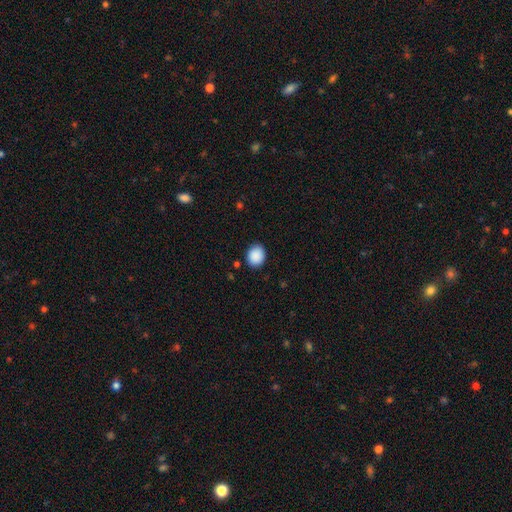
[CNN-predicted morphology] smooth 90%, star or artifact 7%, featured or disk 3%. Down the decision tree: how rounded — round (63%); merging — none (87%).